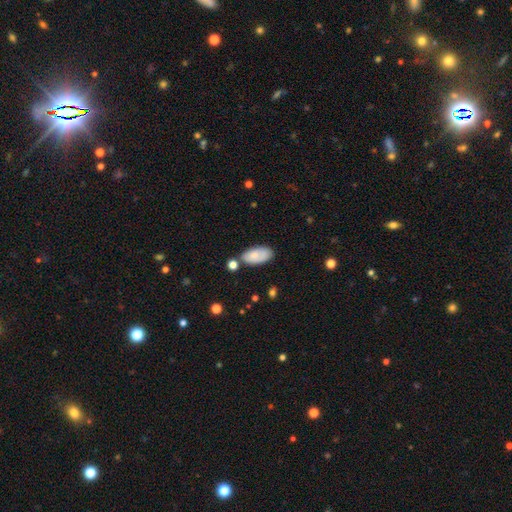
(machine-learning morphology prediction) type=smooth (77%); roundness=in between (93%); merging=none (70%).